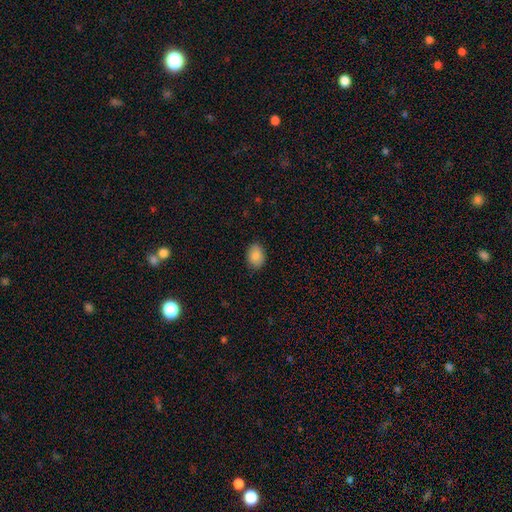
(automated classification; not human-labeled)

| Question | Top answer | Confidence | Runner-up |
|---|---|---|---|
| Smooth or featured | smooth | 87% | star or artifact (7%) |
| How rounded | in between | 73% | round (26%) |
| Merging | none | 86% | minor disturbance (11%) |